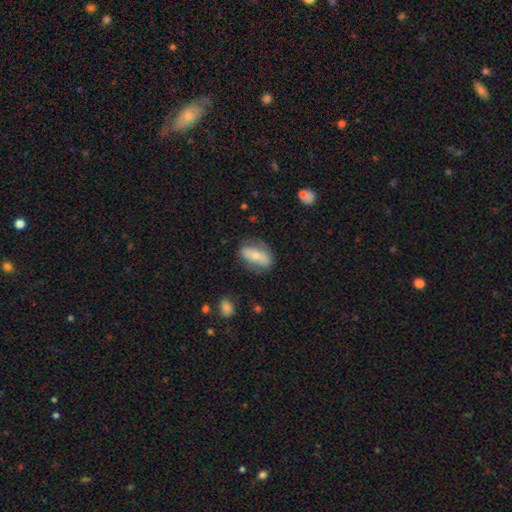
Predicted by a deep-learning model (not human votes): The model was most divided on "smooth or featured": smooth: 54%, featured or disk: 39%, star or artifact: 7%. More confident: how rounded — in between (82%); merging — none (71%).